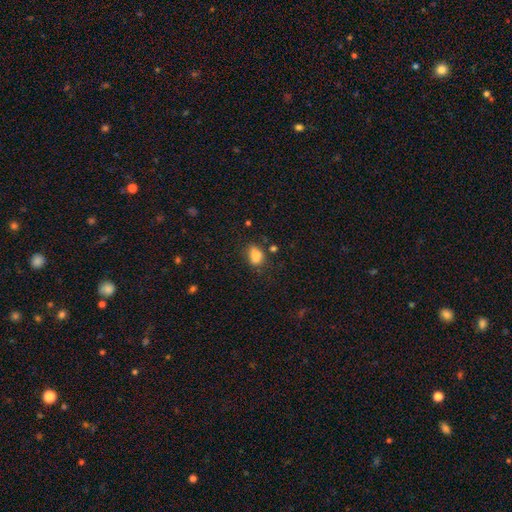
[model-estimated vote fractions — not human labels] Overall: smooth (83%). How rounded: in between (78%). Merging: none (54%; minor disturbance 28%).